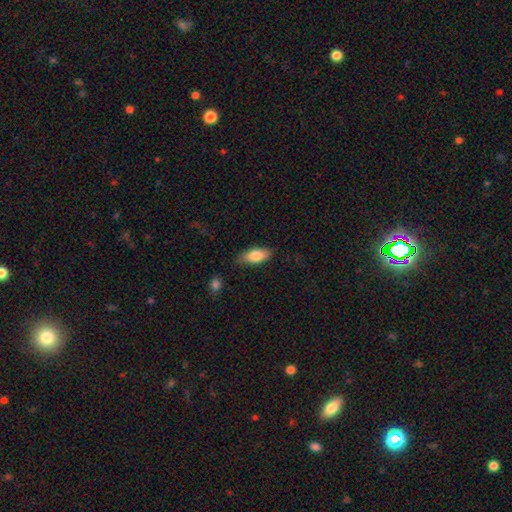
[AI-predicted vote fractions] Smooth or featured? smooth (82%)
How rounded? in between (84%)
Merging? none (77%)